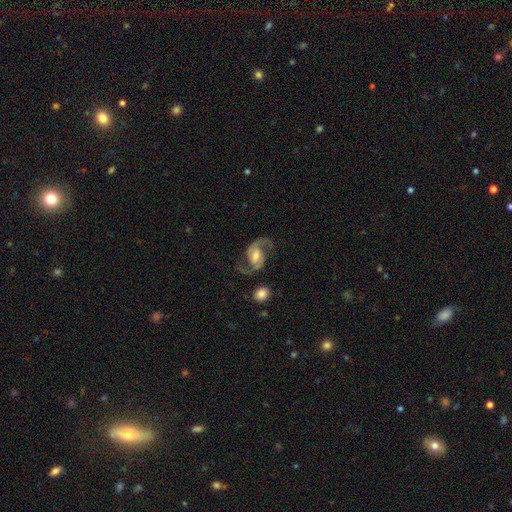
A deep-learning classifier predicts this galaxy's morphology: The model was most divided on "spiral winding": medium: 48%, loose: 42%, tight: 10%. Remaining: edge-on disk — no (98%); spiral arms — yes (97%); spiral arm count — 2 (93%); smooth or featured — featured or disk (89%); merging — none (73%); bulge size — moderate (56%); bar — weak (47%).